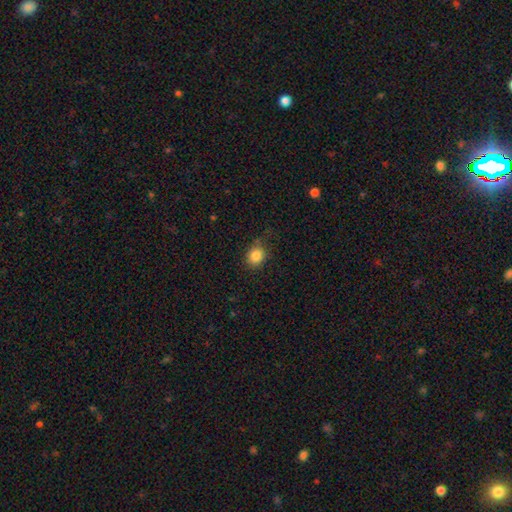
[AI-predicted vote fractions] A smooth galaxy with no disk features (84%) that is round (71%). Merging: none (75%).